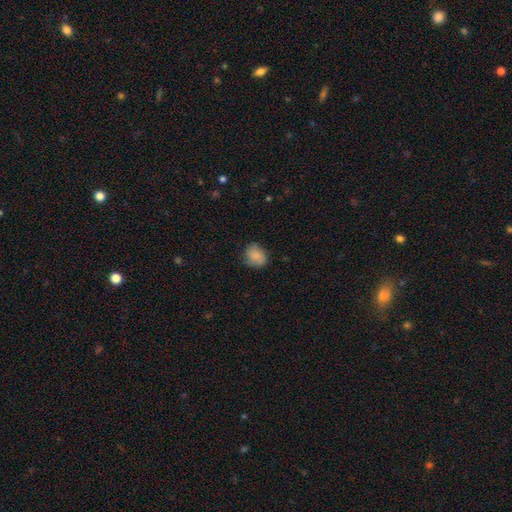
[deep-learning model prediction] Smooth or featured? Predicted: smooth (p=0.83). How rounded? Predicted: round (p=0.52). Merging? Predicted: none (p=0.72).